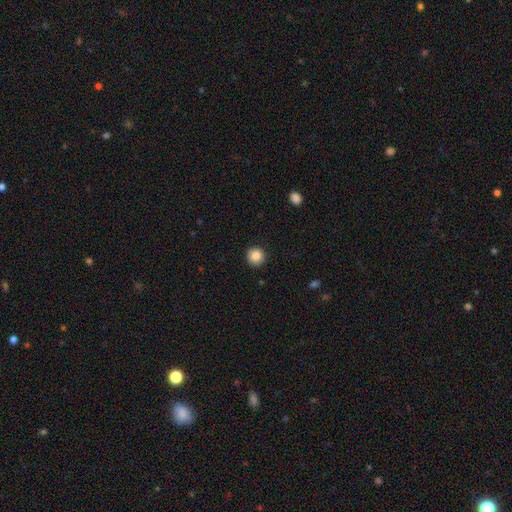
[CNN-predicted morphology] smooth 86%, star or artifact 9%, featured or disk 5%. Down the decision tree: how rounded — round (94%); merging — none (91%).